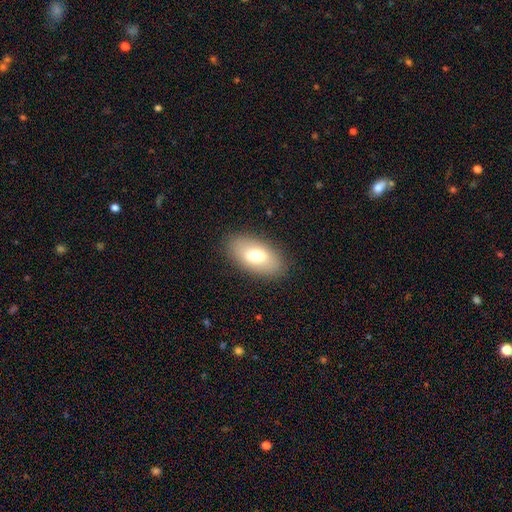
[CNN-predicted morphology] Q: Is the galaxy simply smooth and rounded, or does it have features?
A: smooth — 69%.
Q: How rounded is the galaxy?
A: in between — 92%.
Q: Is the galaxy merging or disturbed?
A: none — 86%.